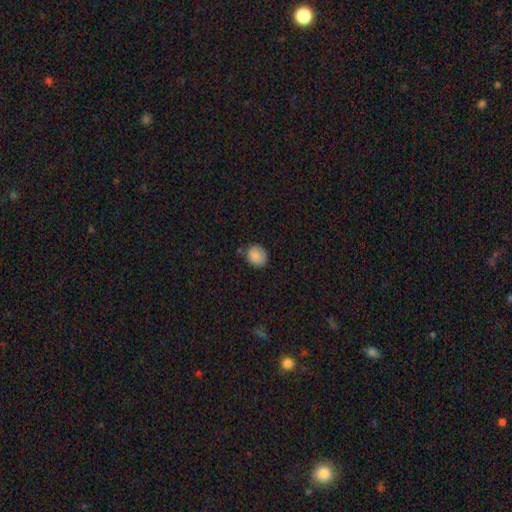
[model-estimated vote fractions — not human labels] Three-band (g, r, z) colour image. It shows a smooth galaxy with no disk features (85%) that is round (67%). Merging: none (77%).